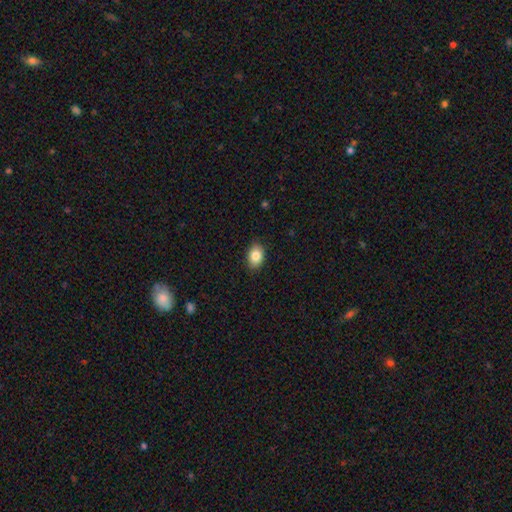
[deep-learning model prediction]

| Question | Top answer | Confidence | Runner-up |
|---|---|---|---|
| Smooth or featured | smooth | 85% | star or artifact (8%) |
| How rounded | in between | 81% | round (18%) |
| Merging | none | 87% | minor disturbance (10%) |